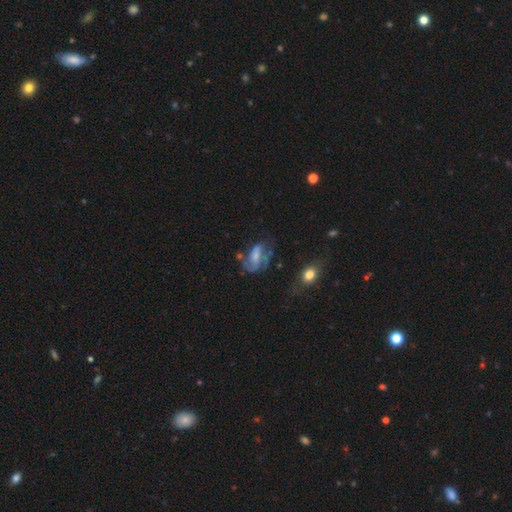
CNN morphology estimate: A featured or disk galaxy (57%) with no bar (49%), spiral arms (72%) and a small central bulge (39%). Merging: none (36%).